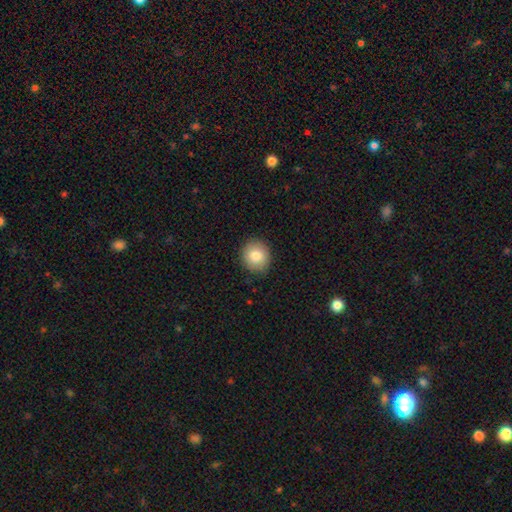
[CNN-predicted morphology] Smooth or featured? smooth (83%)
How rounded? round (83%)
Merging? none (89%)